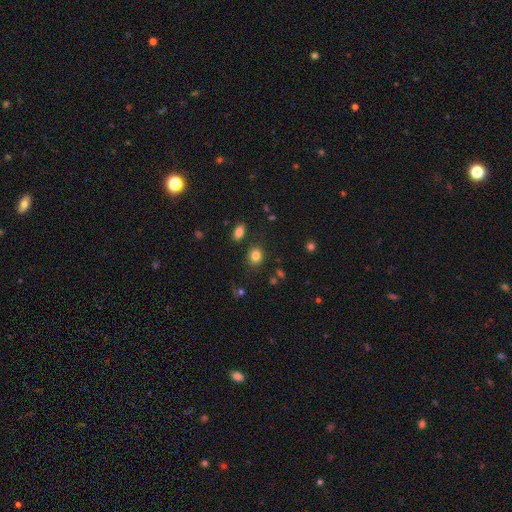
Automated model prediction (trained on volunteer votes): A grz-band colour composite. It shows a smooth galaxy with no disk features (83%) that is round (60%). Merging: none (83%).